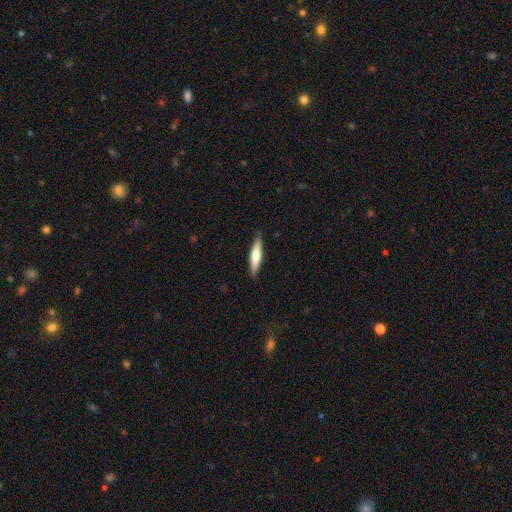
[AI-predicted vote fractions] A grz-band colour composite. It shows a smooth galaxy with no disk features (56%) that is cigar-shaped (85%). Merging: none (86%).